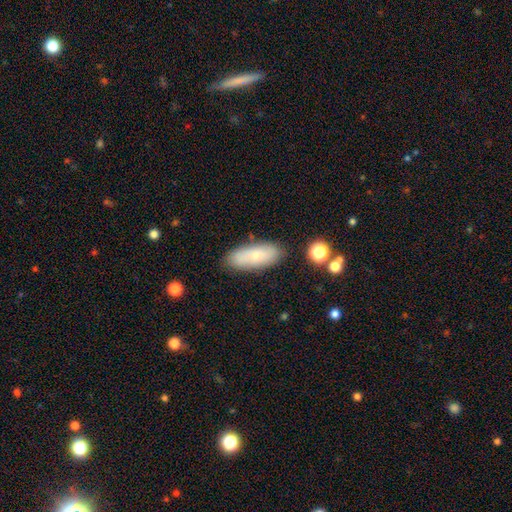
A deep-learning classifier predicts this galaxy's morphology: Smooth or featured? smooth (69%)
How rounded? in between (76%)
Merging? none (82%)